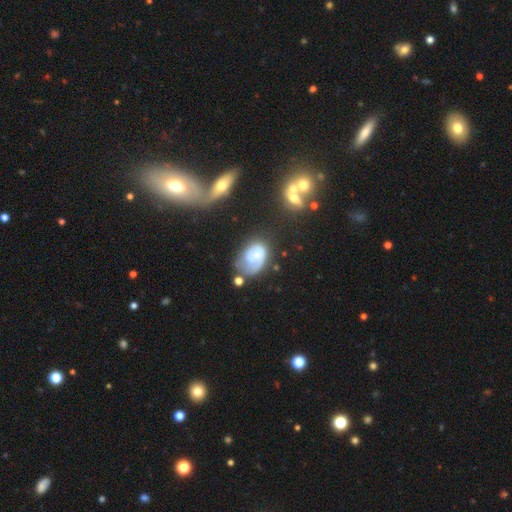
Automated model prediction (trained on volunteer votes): Overall: featured or disk (56%; smooth 35%). Edge-on disk: no (97%). Bar: no (75%). Spiral arms: yes (73%). Bulge size: small (44%; moderate 27%). Merging: none (39%; minor disturbance 26%).